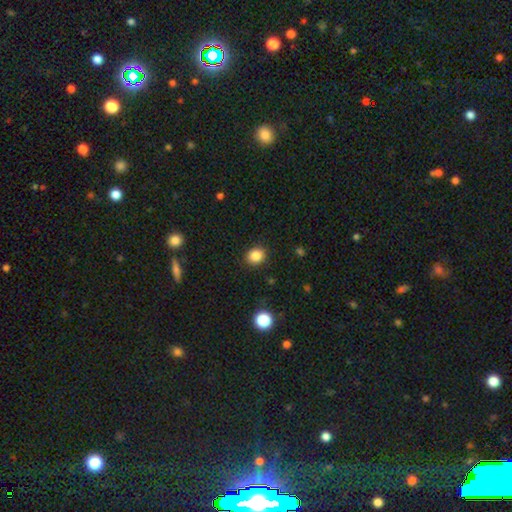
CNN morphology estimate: smooth_or_featured: smooth (p=0.85) [alt: star or artifact p=0.10]
how_rounded: round (p=0.68) [alt: in between p=0.31]
merging: none (p=0.89) [alt: minor disturbance p=0.07]